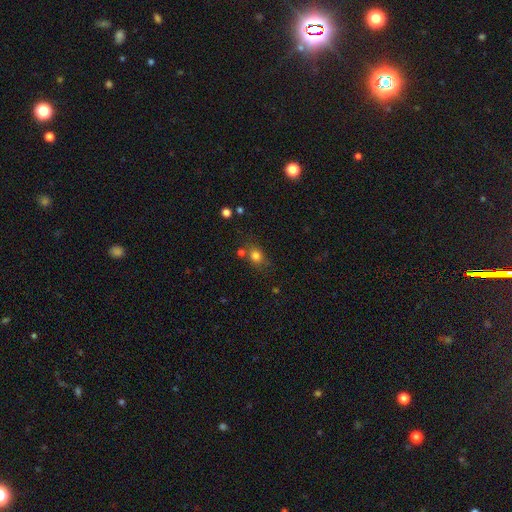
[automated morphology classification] type=smooth (79%); roundness=round (61%); merging=none (69%).